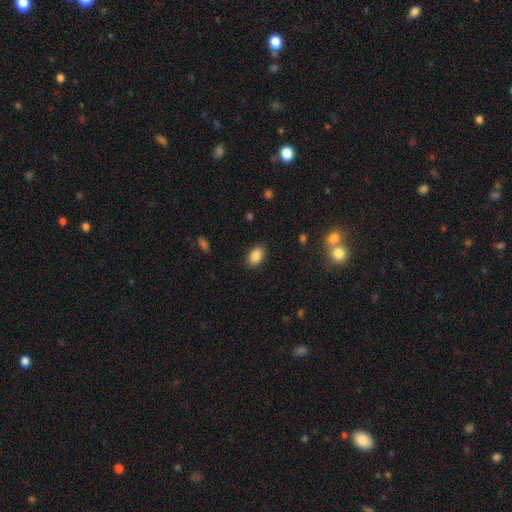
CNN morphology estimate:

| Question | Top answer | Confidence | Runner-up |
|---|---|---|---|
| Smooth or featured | smooth | 87% | star or artifact (8%) |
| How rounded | in between | 88% | round (10%) |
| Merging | none | 87% | minor disturbance (9%) |